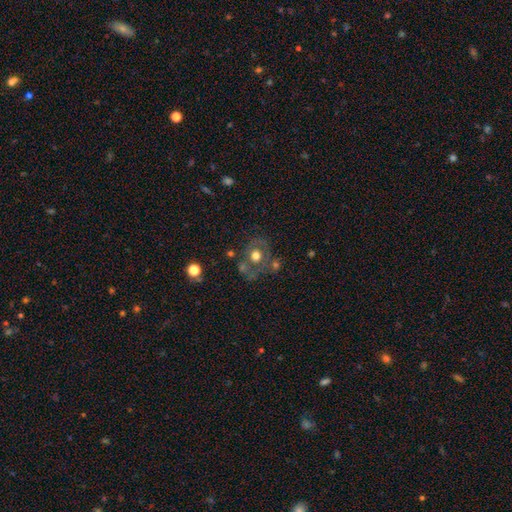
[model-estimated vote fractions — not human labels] Overall: smooth (49%; featured or disk 40%). Merging: none (57%; merger 17%).